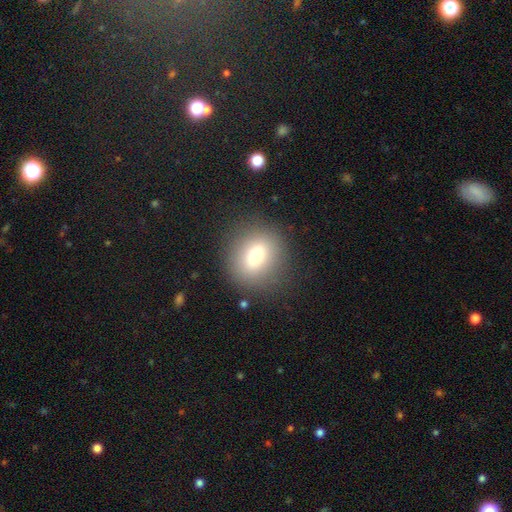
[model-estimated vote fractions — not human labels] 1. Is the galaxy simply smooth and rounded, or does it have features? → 75% smooth, 14% featured or disk, 11% star or artifact.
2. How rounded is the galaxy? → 60% round, 38% in between, 2% cigar-shaped.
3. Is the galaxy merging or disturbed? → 86% none, 9% minor disturbance, 4% major disturbance, 2% merger.